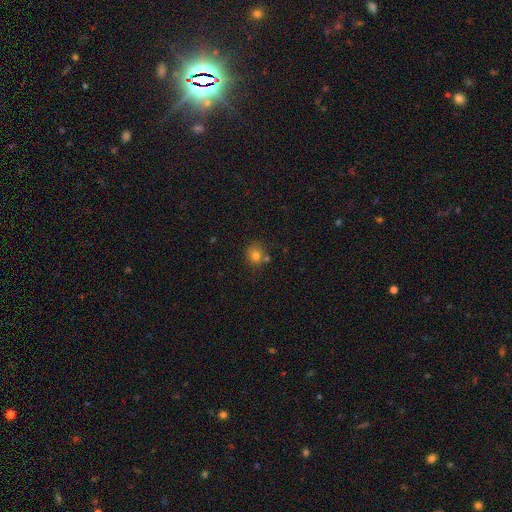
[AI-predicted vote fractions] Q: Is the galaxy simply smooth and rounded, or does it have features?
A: smooth — 77%.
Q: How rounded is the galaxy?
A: round — 79%.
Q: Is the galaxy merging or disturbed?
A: none — 64%.